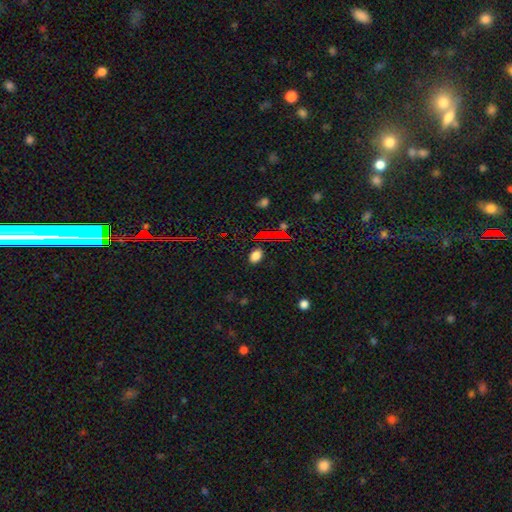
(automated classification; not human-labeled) Morphology: type=smooth (74%); roundness=in between (81%); merging=none (85%).